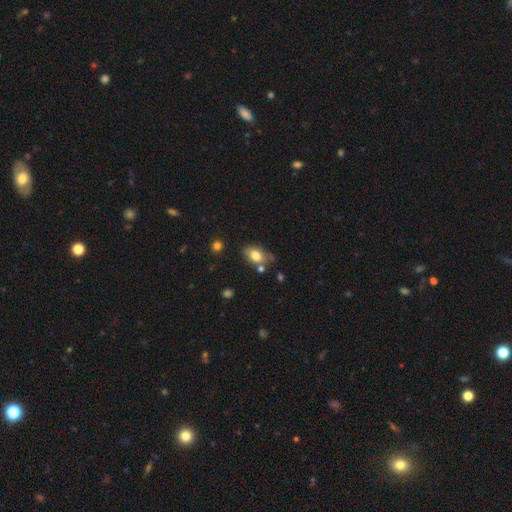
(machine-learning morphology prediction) This is likely a smooth galaxy (78%). How rounded: likely in between (80%). Merging: possibly none (60%).